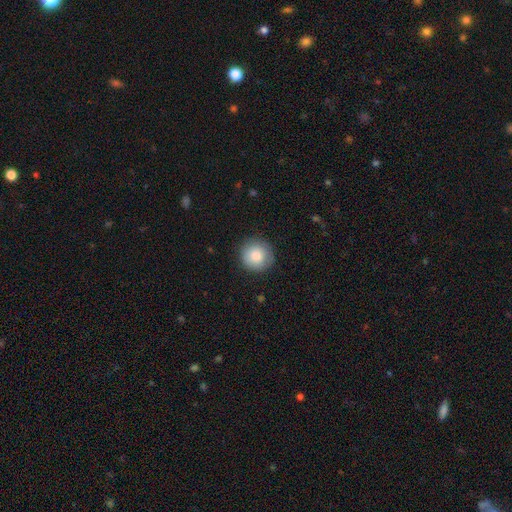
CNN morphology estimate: type=smooth (80%); roundness=round (95%); merging=none (87%).